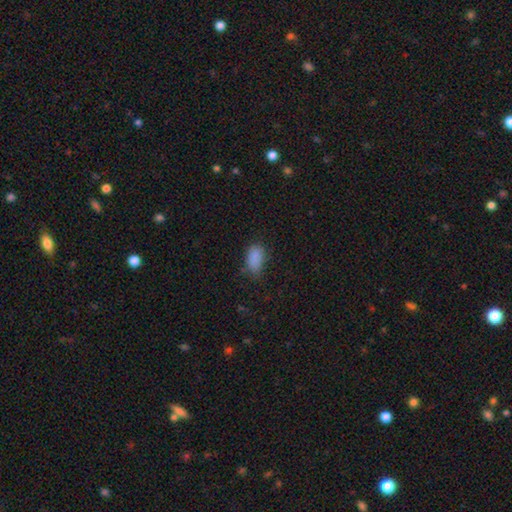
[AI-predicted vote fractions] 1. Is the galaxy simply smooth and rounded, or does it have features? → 85% smooth, 11% star or artifact, 4% featured or disk.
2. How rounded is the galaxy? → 91% in between, 6% round, 3% cigar-shaped.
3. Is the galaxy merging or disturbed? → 70% none, 23% minor disturbance, 6% major disturbance, 2% merger.